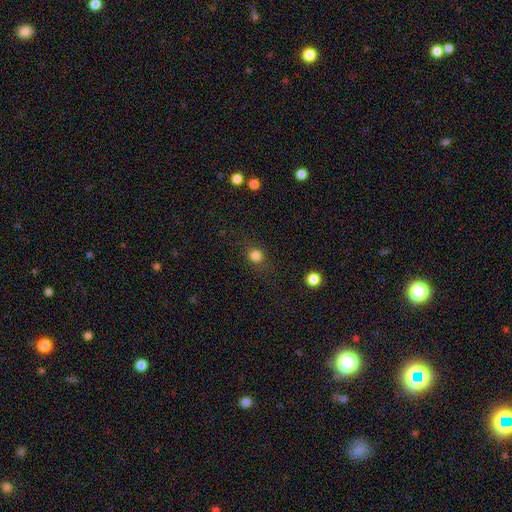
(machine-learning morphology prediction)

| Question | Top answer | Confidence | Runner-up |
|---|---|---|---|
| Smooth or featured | smooth | 81% | star or artifact (13%) |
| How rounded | round | 83% | in between (16%) |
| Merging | none | 82% | minor disturbance (11%) |